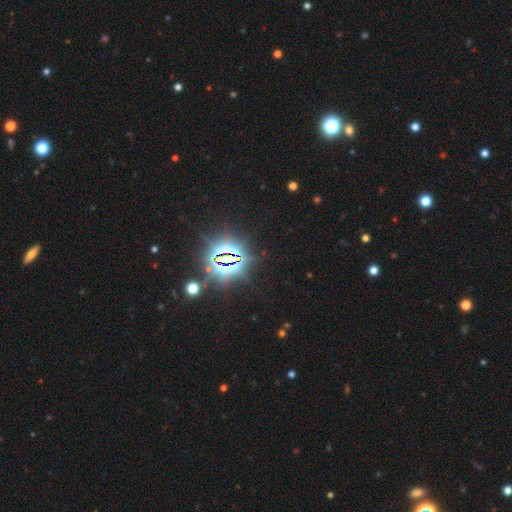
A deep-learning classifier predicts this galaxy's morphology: The model was most divided on "smooth or featured": star or artifact: 85%, smooth: 8%, featured or disk: 6%.